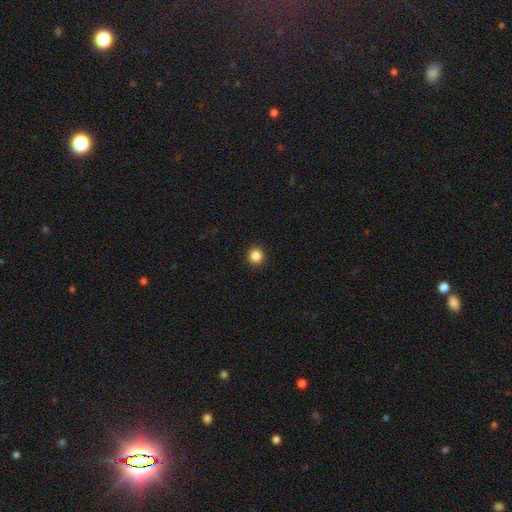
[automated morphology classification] This is clearly a smooth galaxy (86%). How rounded: clearly round (94%). Merging: clearly none (93%).